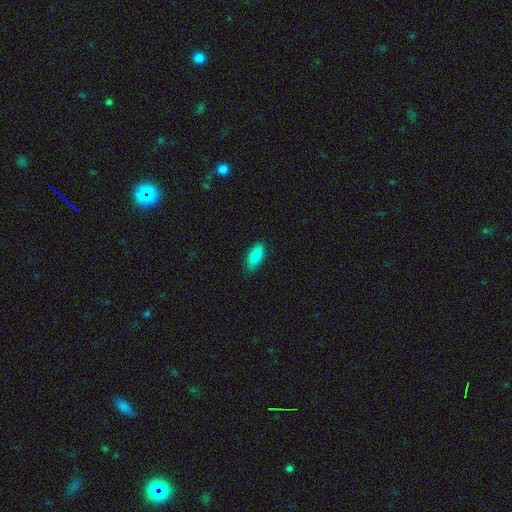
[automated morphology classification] Smooth or featured? Predicted: smooth (p=0.86). How rounded? Predicted: in between (p=0.79). Merging? Predicted: none (p=0.88).